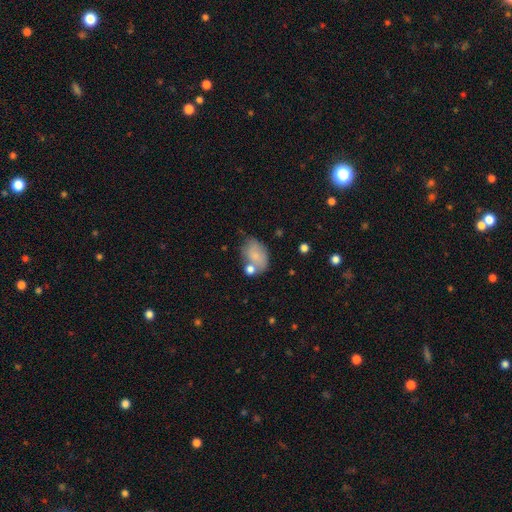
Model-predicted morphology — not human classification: type=smooth (74%); roundness=in between (79%); merging=none (47%).